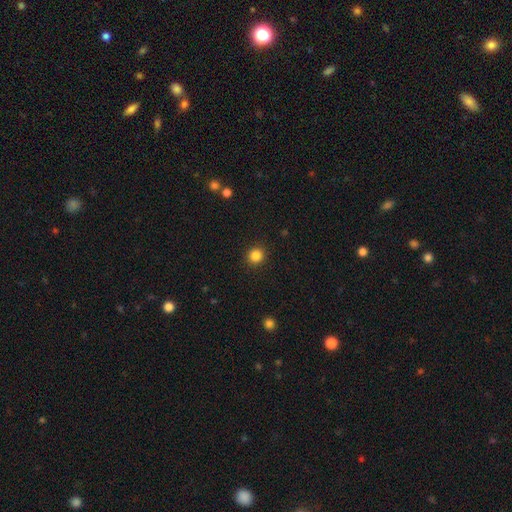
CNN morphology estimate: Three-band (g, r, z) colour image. It shows a smooth galaxy with no disk features (85%) that is round (91%). Merging: none (92%).